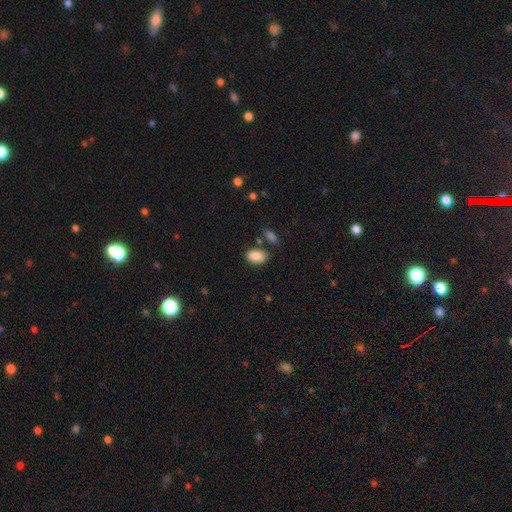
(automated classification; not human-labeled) Q: Smooth or featured?
A: smooth (87%); runner-up: star or artifact (8%)
Q: How rounded?
A: in between (90%); runner-up: round (9%)
Q: Merging?
A: none (72%); runner-up: minor disturbance (14%)